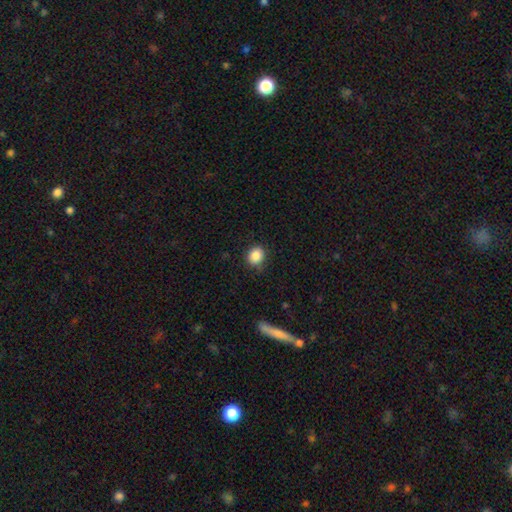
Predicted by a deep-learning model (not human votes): Smooth or featured?
  - smooth: 87% *
  - star or artifact: 9%
  - featured or disk: 4%
How rounded?
  - round: 74% *
  - in between: 25%
  - cigar-shaped: 1%
Merging?
  - none: 82% *
  - minor disturbance: 14%
  - major disturbance: 3%
  - merger: 1%